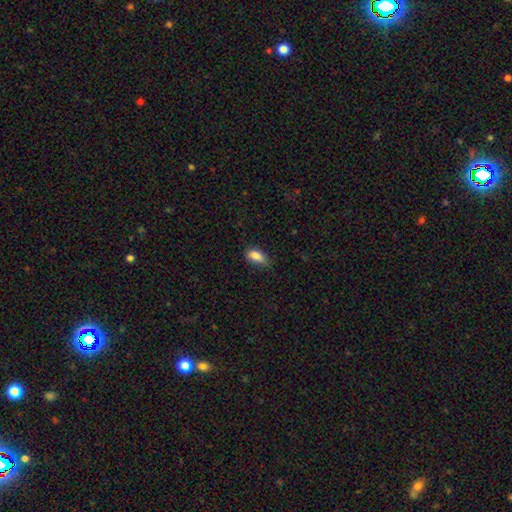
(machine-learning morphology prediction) A smooth galaxy with no disk features (86%) that is in between round and cigar-shaped (87%). Merging: none (71%).